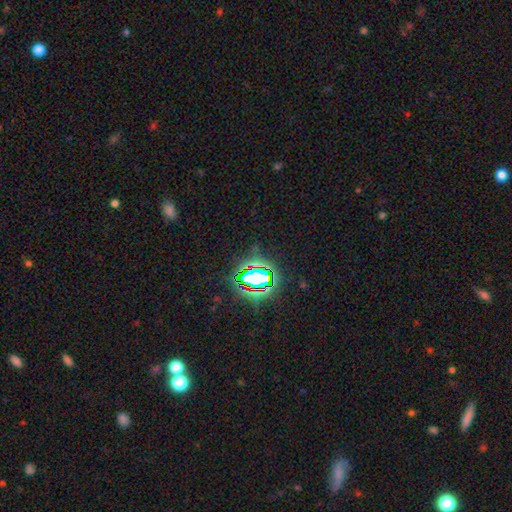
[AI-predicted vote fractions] star or artifact 80%, smooth 12%, featured or disk 8%.